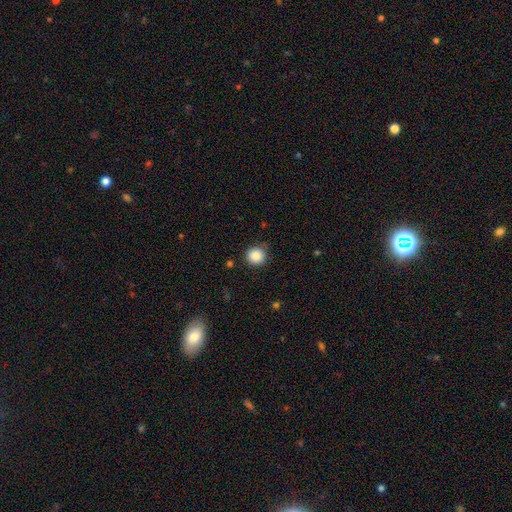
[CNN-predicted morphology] Smooth or featured? Predicted: smooth (p=0.87). How rounded? Predicted: round (p=0.94). Merging? Predicted: none (p=0.84).